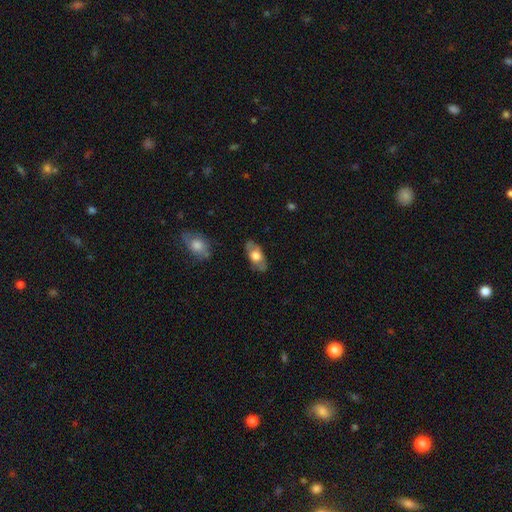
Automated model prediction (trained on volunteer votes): A smooth galaxy with no disk features (57%) that is in between round and cigar-shaped (86%). Merging: none (81%).